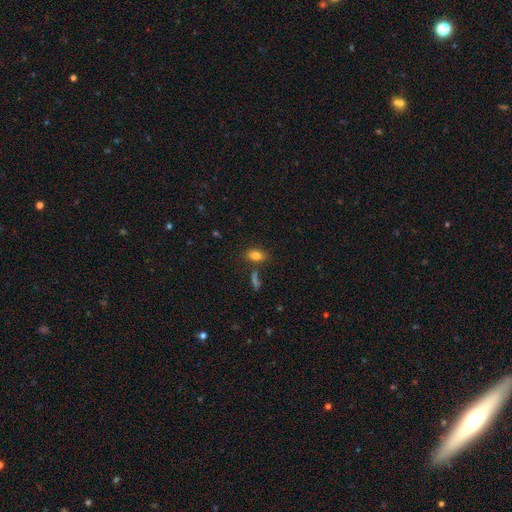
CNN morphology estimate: type=smooth (81%); roundness=in between (84%); merging=none (74%).